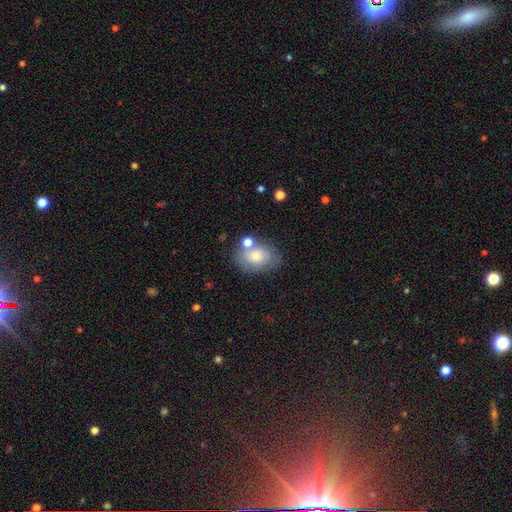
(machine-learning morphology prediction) smooth 71%, featured or disk 20%, star or artifact 9%. Down the decision tree: how rounded — in between (73%); merging — none (59%).